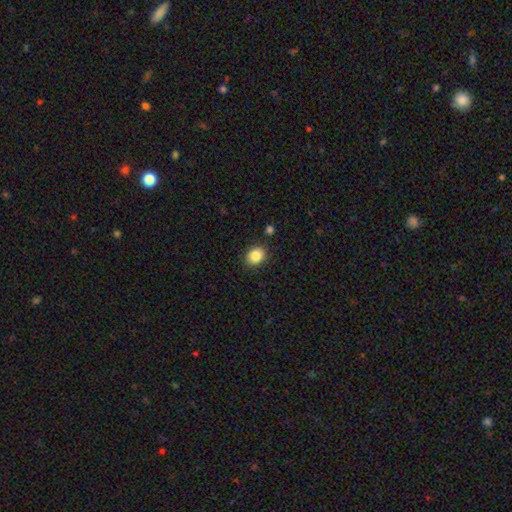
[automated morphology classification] Overall: smooth (86%). How rounded: round (52%; in between 47%). Merging: none (85%).